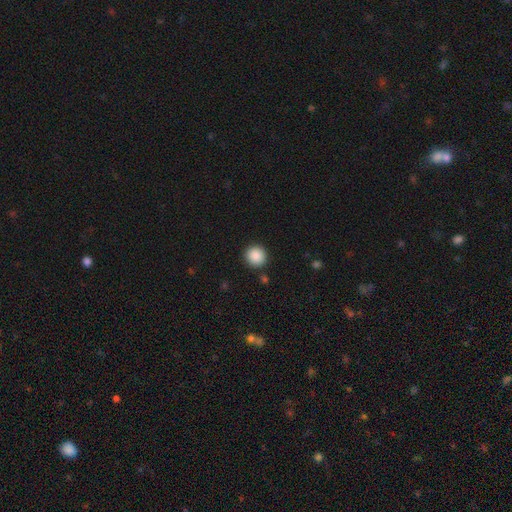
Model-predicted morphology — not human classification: smooth 89%, star or artifact 9%, featured or disk 3%. Down the decision tree: how rounded — round (94%); merging — none (90%).